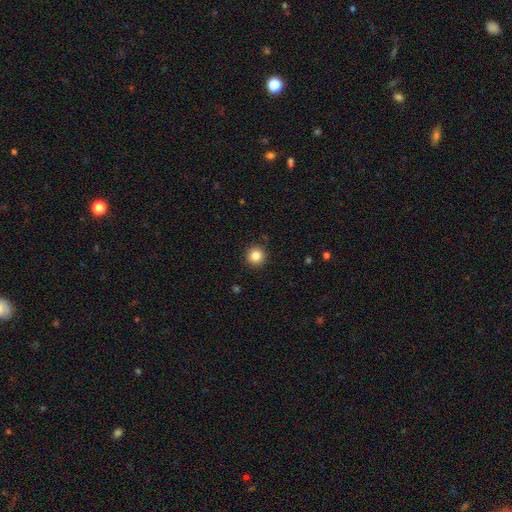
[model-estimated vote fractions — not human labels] This appears to be a smooth galaxy with no disk features (85%) that is round (95%). Merging: none (90%).